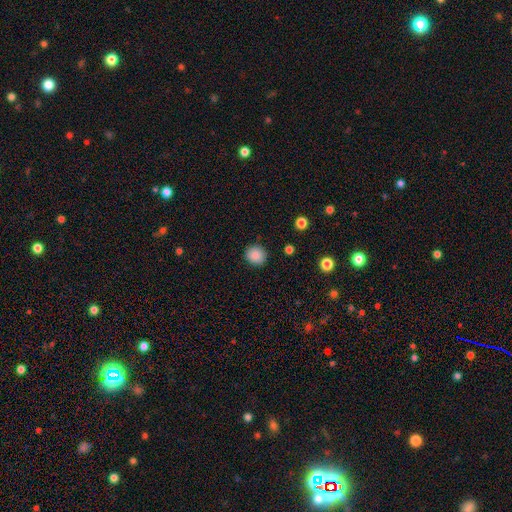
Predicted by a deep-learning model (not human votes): Overall: smooth (87%). How rounded: round (87%). Merging: none (89%).